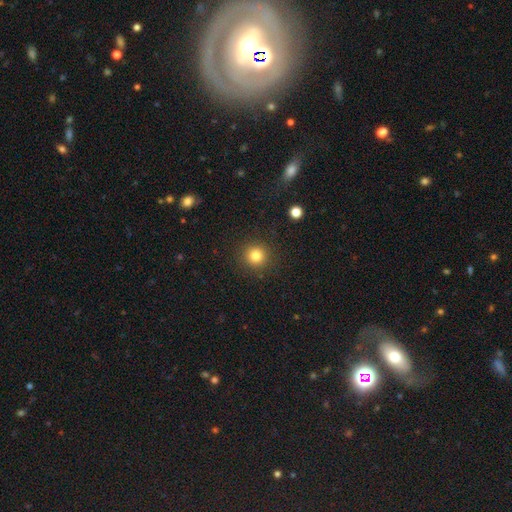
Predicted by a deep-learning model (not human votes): This is clearly a smooth galaxy (81%). How rounded: clearly round (94%). Merging: clearly none (90%).